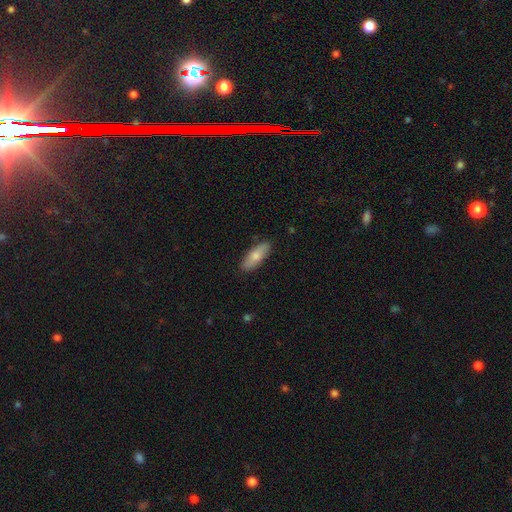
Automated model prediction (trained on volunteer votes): The model was most divided on "how rounded": in between: 66%, cigar-shaped: 31%, round: 2%. More confident: merging — none (86%); smooth or featured — smooth (75%).